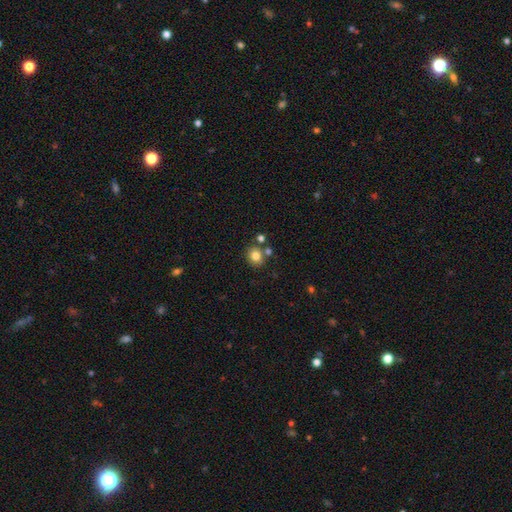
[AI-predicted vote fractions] Smooth or featured? smooth (80%)
How rounded? round (75%)
Merging? none (73%)